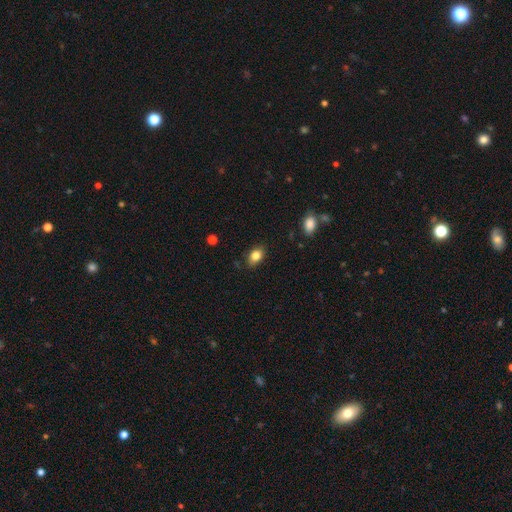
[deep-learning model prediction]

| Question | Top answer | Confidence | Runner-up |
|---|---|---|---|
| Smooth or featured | smooth | 84% | star or artifact (9%) |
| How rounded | in between | 76% | round (22%) |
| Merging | none | 82% | minor disturbance (14%) |